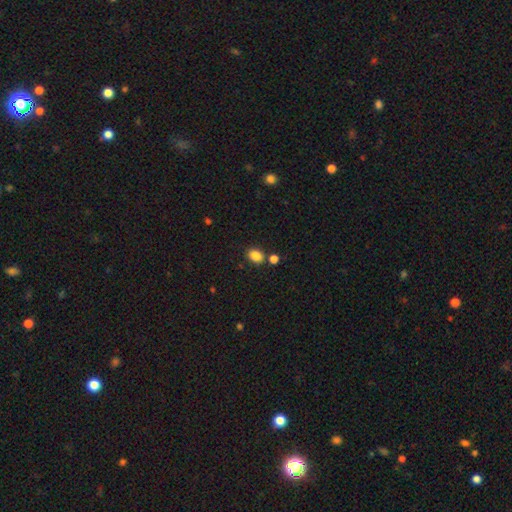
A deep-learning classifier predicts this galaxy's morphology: Smooth or featured: smooth — 85% (star or artifact — 10%)
How rounded: in between — 67% (round — 32%)
Merging: none — 75% (merger — 12%)